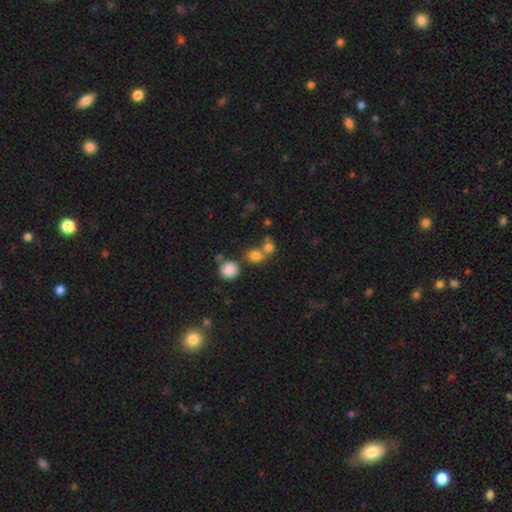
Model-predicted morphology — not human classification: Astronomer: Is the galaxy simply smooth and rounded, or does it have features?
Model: smooth — 77%.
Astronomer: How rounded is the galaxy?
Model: round — 67%.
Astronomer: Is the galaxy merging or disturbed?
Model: none — 46% (runner-up: merger, 41%).